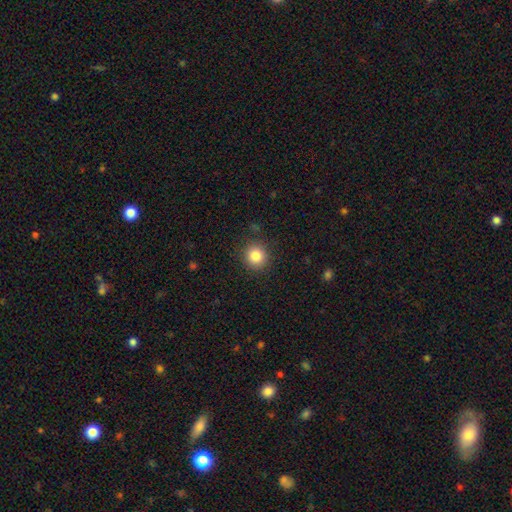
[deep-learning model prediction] This appears to be a smooth galaxy with no disk features (84%) that is round (92%). Merging: none (89%).